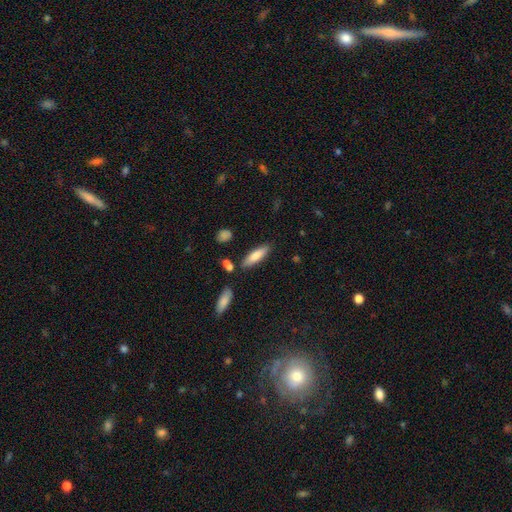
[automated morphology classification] Q: Smooth or featured?
A: smooth (78%); runner-up: featured or disk (16%)
Q: How rounded?
A: cigar-shaped (58%); runner-up: in between (40%)
Q: Merging?
A: none (81%); runner-up: minor disturbance (11%)